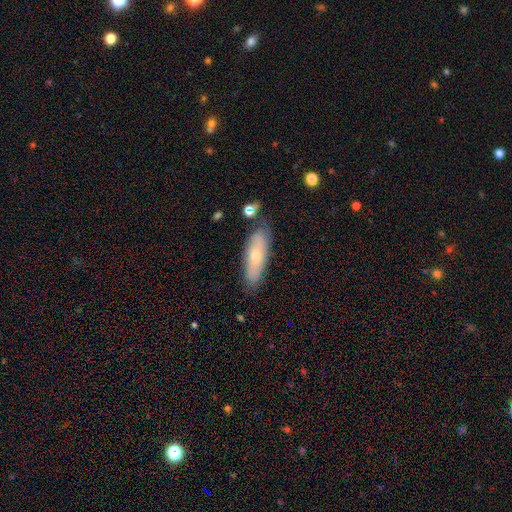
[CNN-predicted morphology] A smooth galaxy with no disk features (55%) that is in between round and cigar-shaped (50%). Merging: none (75%).